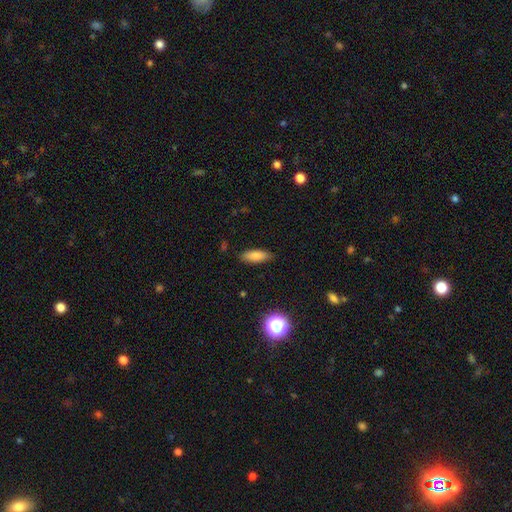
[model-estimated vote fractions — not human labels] Q: Smooth or featured?
A: smooth (81%); runner-up: featured or disk (10%)
Q: How rounded?
A: in between (67%); runner-up: cigar-shaped (31%)
Q: Merging?
A: none (84%); runner-up: minor disturbance (12%)